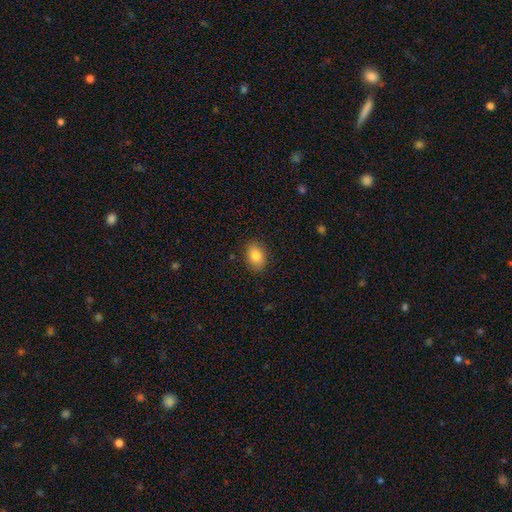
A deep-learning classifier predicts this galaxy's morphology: Smooth or featured? Predicted: smooth (p=0.84). How rounded? Predicted: in between (p=0.74). Merging? Predicted: none (p=0.87).